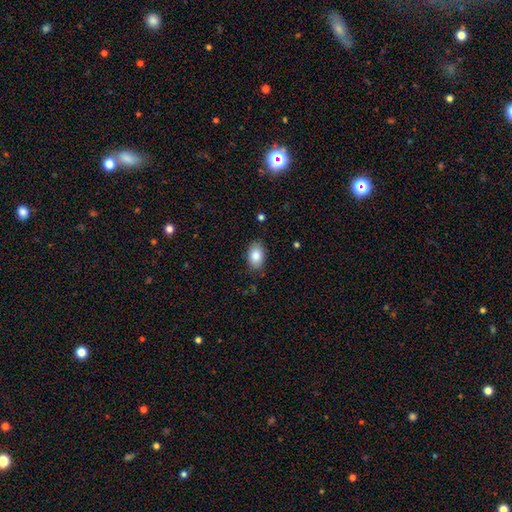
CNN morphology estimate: smooth 86%, featured or disk 7%, star or artifact 7%. Down the decision tree: how rounded — in between (88%); merging — none (84%).